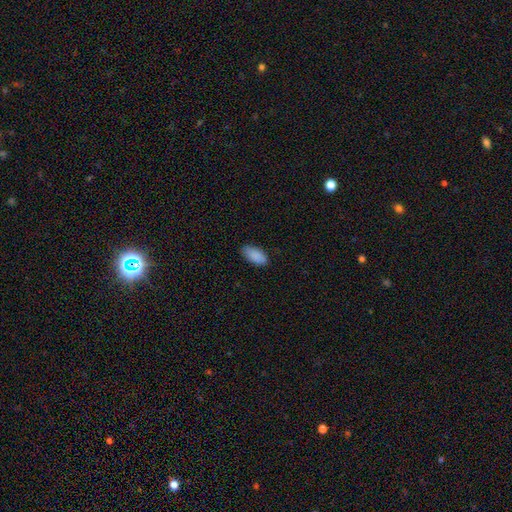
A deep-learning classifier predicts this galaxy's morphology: smooth-or-featured: smooth: 89% | star or artifact: 6% | featured or disk: 4%
  how-rounded: in between: 92% | cigar-shaped: 6% | round: 2%
  merging: none: 83% | minor disturbance: 14% | major disturbance: 2% | merger: 1%